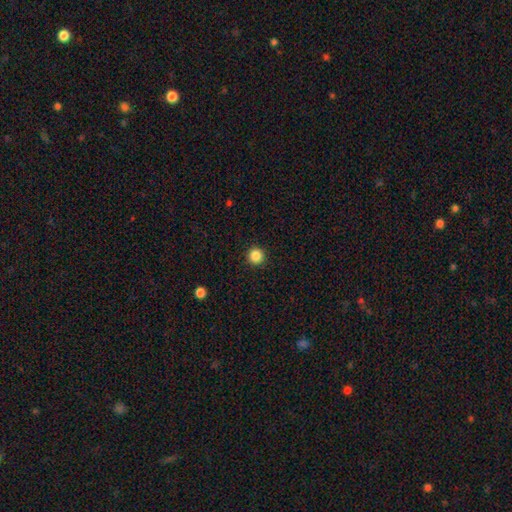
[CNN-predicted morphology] Smooth or featured: smooth — 86% (star or artifact — 11%)
How rounded: round — 96% (in between — 3%)
Merging: none — 93% (minor disturbance — 4%)